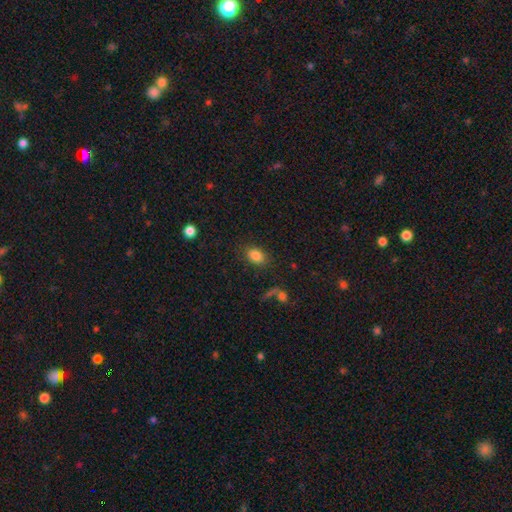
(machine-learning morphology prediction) smooth-or-featured: smooth: 83% | star or artifact: 10% | featured or disk: 7%
  how-rounded: in between: 74% | round: 25% | cigar-shaped: 1%
  merging: none: 82% | minor disturbance: 11% | major disturbance: 4% | merger: 3%